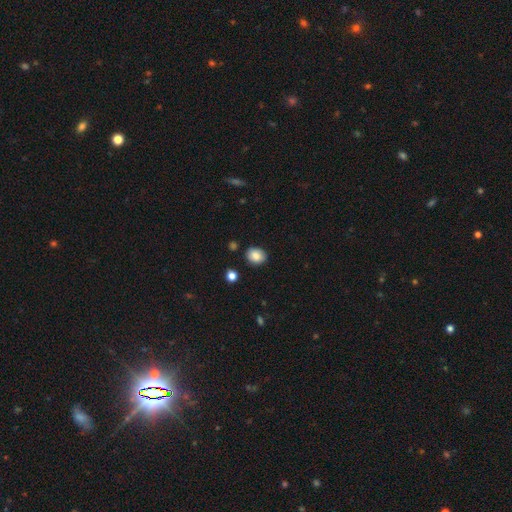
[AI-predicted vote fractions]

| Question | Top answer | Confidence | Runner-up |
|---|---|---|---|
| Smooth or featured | smooth | 86% | star or artifact (9%) |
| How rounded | round | 53% | in between (46%) |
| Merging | none | 85% | minor disturbance (10%) |